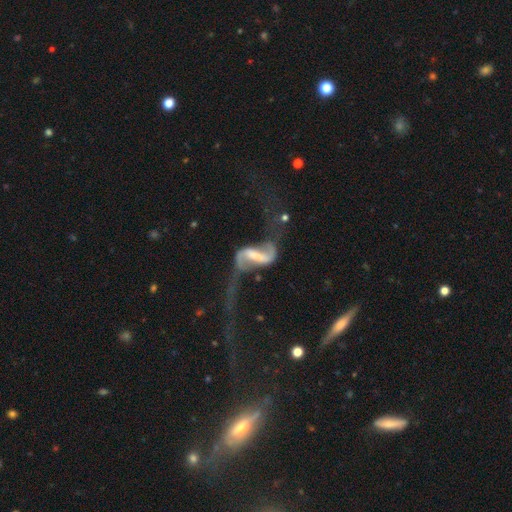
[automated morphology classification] featured or disk 85%, smooth 10%, star or artifact 5%. Down the decision tree: edge-on disk — no (95%); bar — strong (62%); spiral arms — yes (91%); spiral arm count — 2 (91%); spiral winding — loose (85%); bulge size — small (37%); merging — major disturbance (44%).